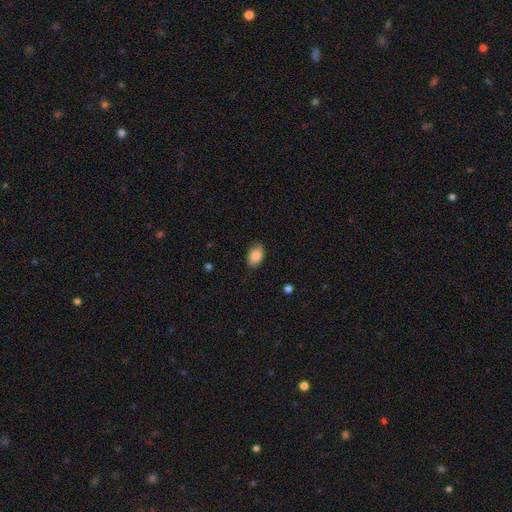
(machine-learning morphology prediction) Overall: smooth (87%). How rounded: in between (85%). Merging: none (71%).